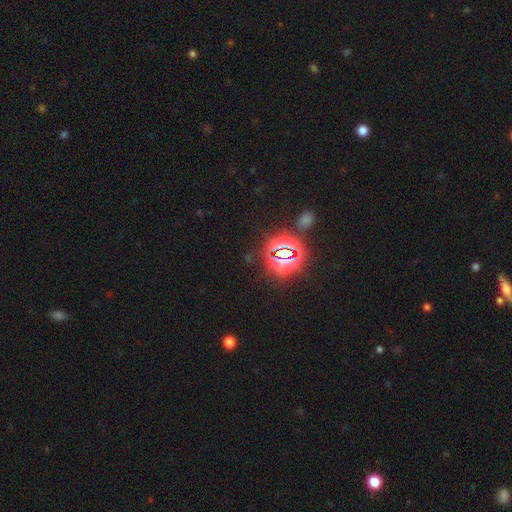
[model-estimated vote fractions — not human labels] A star or artifact, not a galaxy (82%).

Vote fractions:
- Smooth or featured? star or artifact: 82% / smooth: 12% / featured or disk: 6%